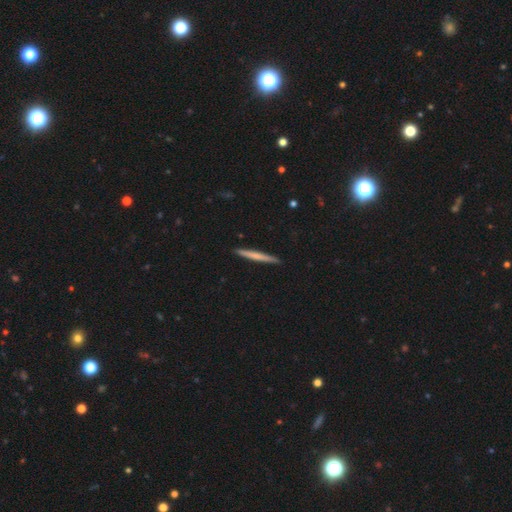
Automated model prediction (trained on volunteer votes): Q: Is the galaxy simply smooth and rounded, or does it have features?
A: smooth — 60%.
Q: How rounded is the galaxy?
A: cigar-shaped — 97%.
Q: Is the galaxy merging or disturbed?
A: none — 92%.